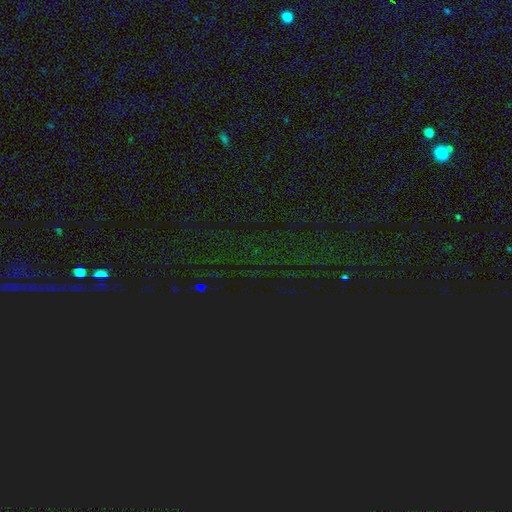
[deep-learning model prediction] smooth_or_featured: star or artifact (p=0.82) [alt: smooth p=0.11]